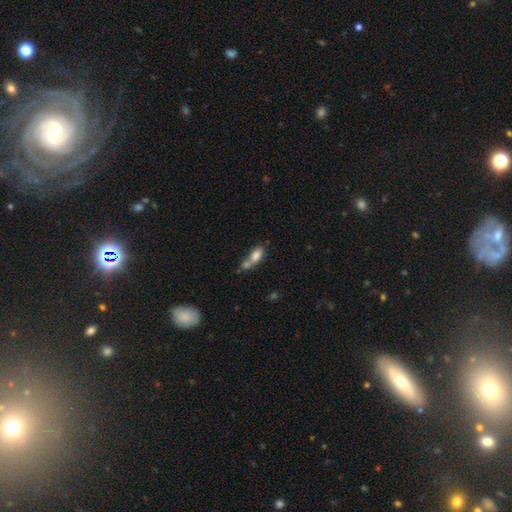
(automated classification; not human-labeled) Smooth or featured? smooth (77%)
How rounded? in between (81%)
Merging? merger (53%)